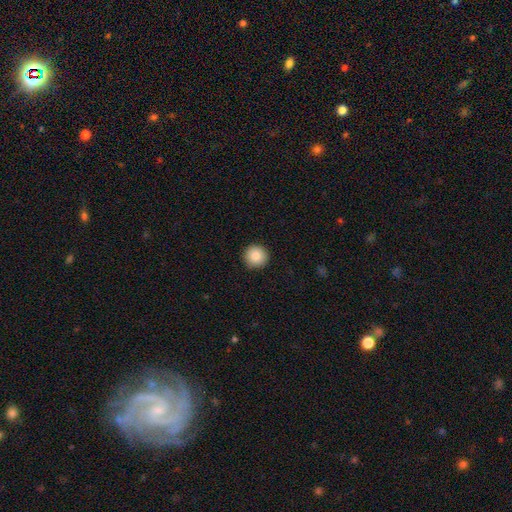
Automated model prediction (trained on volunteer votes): This appears to be a smooth galaxy with no disk features (84%) that is round (96%). Merging: none (92%).